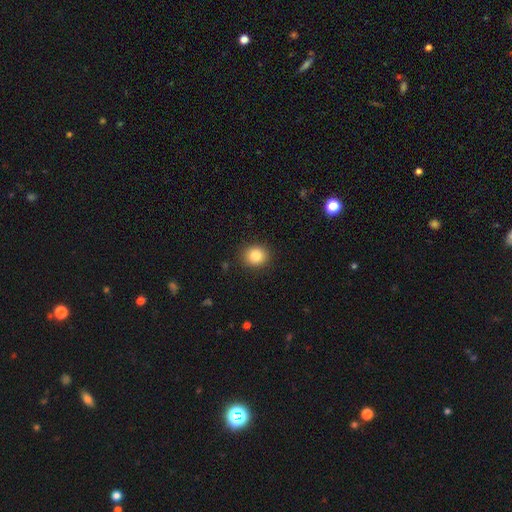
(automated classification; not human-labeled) Morphology: type=smooth (83%); roundness=round (78%); merging=none (90%).